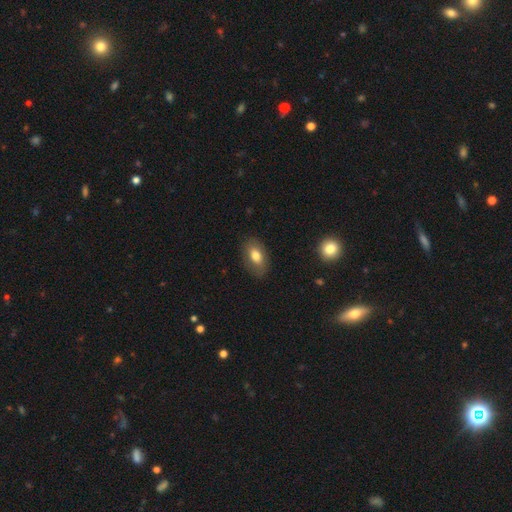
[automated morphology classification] type=smooth (76%); roundness=in between (89%); merging=none (82%).